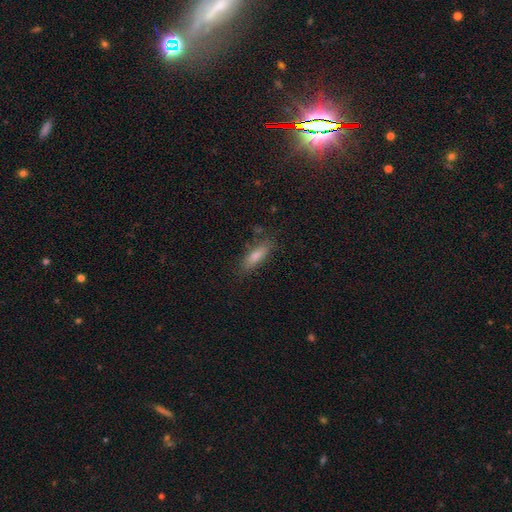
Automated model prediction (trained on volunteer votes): Smooth or featured? smooth (71%)
How rounded? cigar-shaped (57%)
Merging? none (82%)